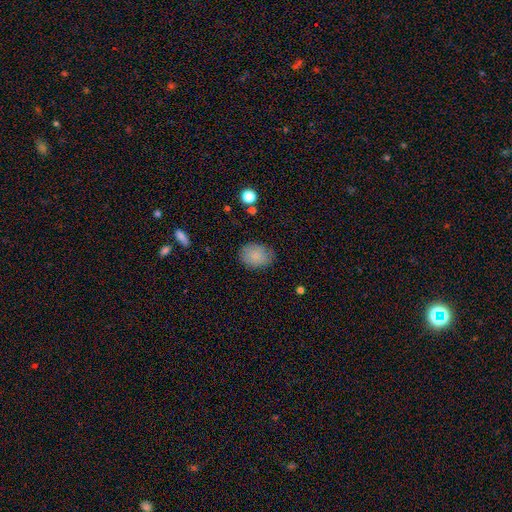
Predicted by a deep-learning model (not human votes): Morphology: type=smooth (84%); roundness=in between (60%); merging=none (77%).